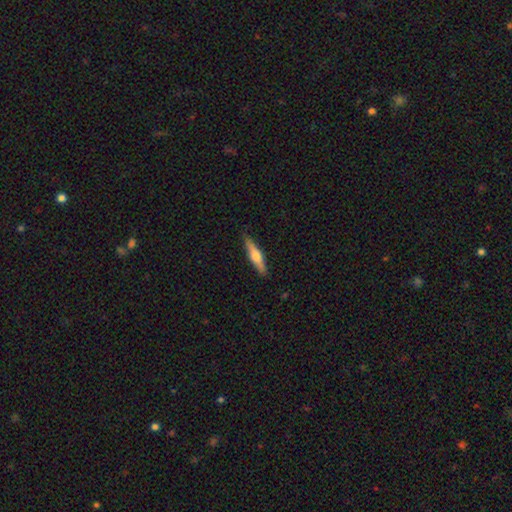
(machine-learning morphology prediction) Smooth or featured?
  - featured or disk: 51% *
  - smooth: 44%
  - star or artifact: 6%
Edge-on disk?
  - yes: 95% *
  - no: 5%
Merging?
  - none: 88% *
  - minor disturbance: 9%
  - major disturbance: 2%
  - merger: 1%